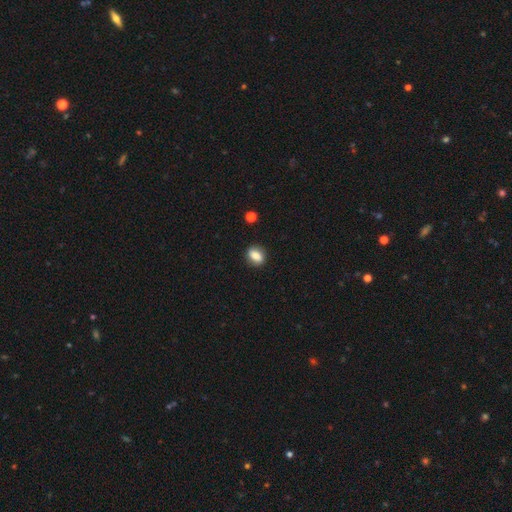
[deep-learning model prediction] This appears to be a smooth galaxy with no disk features (79%) that is in between round and cigar-shaped (64%). Merging: none (87%).